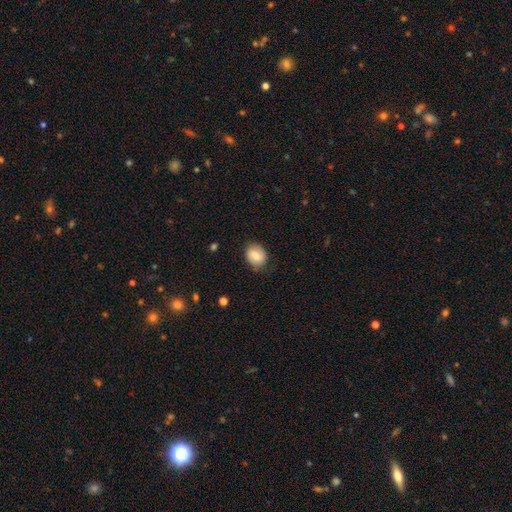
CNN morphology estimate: Smooth or featured?
  - smooth: 77% *
  - featured or disk: 15%
  - star or artifact: 8%
How rounded?
  - round: 51% *
  - in between: 48%
  - cigar-shaped: 1%
Merging?
  - none: 78% *
  - minor disturbance: 17%
  - major disturbance: 4%
  - merger: 1%